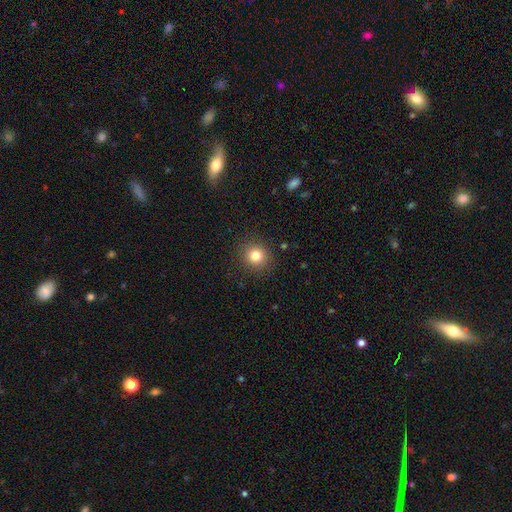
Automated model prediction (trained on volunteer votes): A smooth galaxy with no disk features (81%) that is round (91%).

Vote fractions:
- Smooth or featured? smooth: 81% / star or artifact: 12% / featured or disk: 7%
- How rounded? round: 91% / in between: 8% / cigar-shaped: 1%
- Merging? none: 89% / minor disturbance: 7% / major disturbance: 3% / merger: 1%